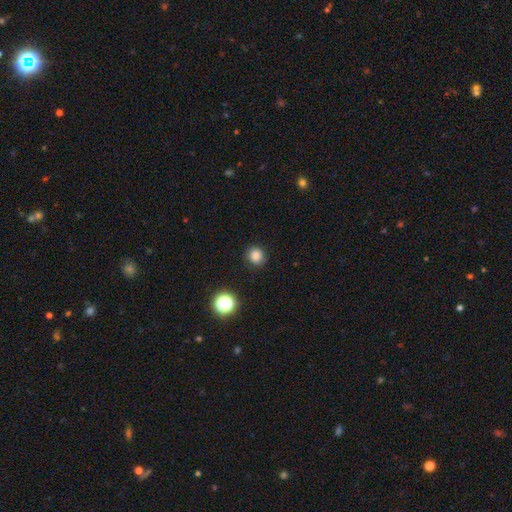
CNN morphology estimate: This appears to be a smooth galaxy with no disk features (83%) that is round (88%). Merging: none (89%).